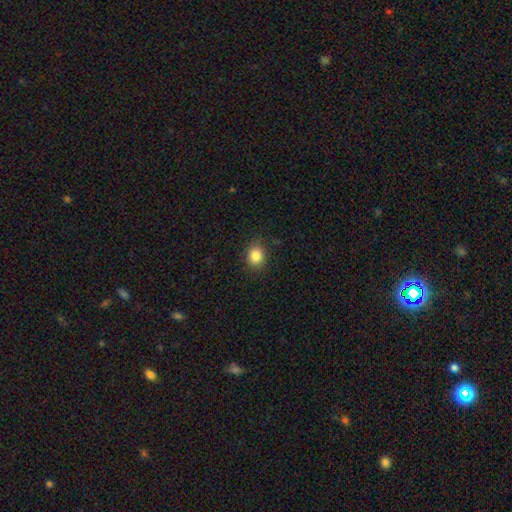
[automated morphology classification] The model was most divided on "how rounded": round: 63%, in between: 36%, cigar-shaped: 1%. More confident: merging — none (85%); smooth or featured — smooth (84%).